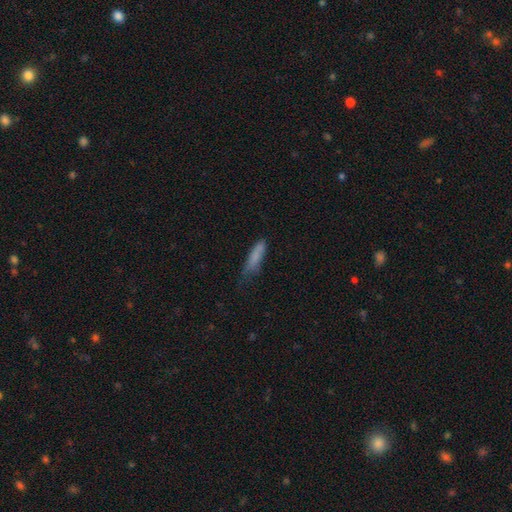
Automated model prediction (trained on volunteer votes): This is clearly a smooth galaxy (80%). How rounded: likely cigar-shaped (71%). Merging: possibly none (49%).